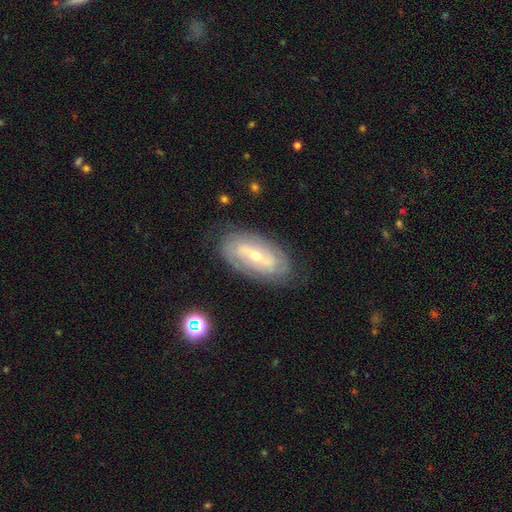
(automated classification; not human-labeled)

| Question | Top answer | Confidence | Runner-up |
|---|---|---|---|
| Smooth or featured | featured or disk | 76% | smooth (17%) |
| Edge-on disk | no | 91% | yes (9%) |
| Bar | weak | 38% | tied: strong (38%) |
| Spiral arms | yes | 79% | no (21%) |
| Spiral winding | tight | 58% | medium (29%) |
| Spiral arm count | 2 | 48% | can't tell (37%) |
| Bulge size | small | 53% | moderate (44%) |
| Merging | none | 80% | minor disturbance (14%) |